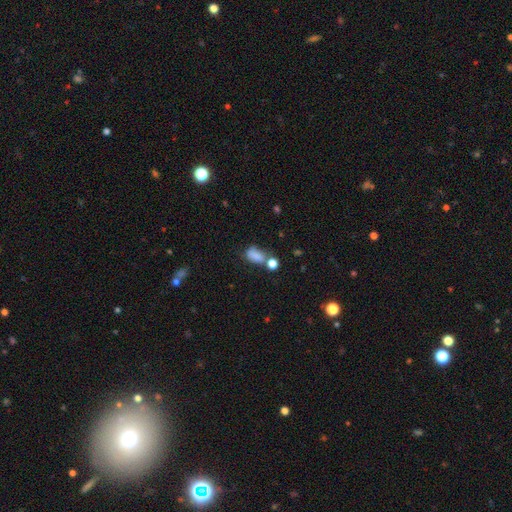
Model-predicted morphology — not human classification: Smooth or featured: smooth — 78% (star or artifact — 13%)
How rounded: in between — 82% (round — 15%)
Merging: none — 38% (merger — 26%)